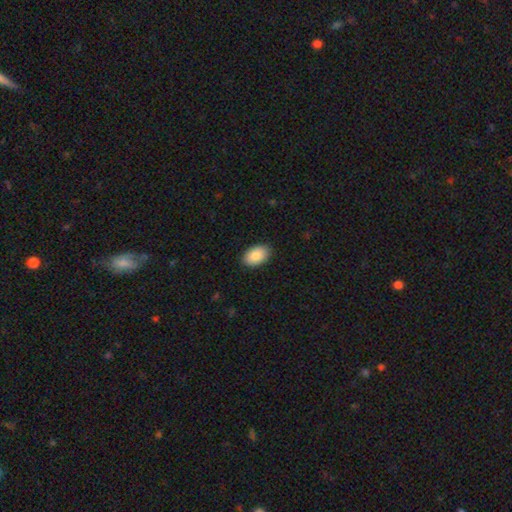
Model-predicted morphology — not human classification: Smooth or featured: smooth — 86% (featured or disk — 7%)
How rounded: in between — 91% (round — 8%)
Merging: none — 89% (minor disturbance — 8%)